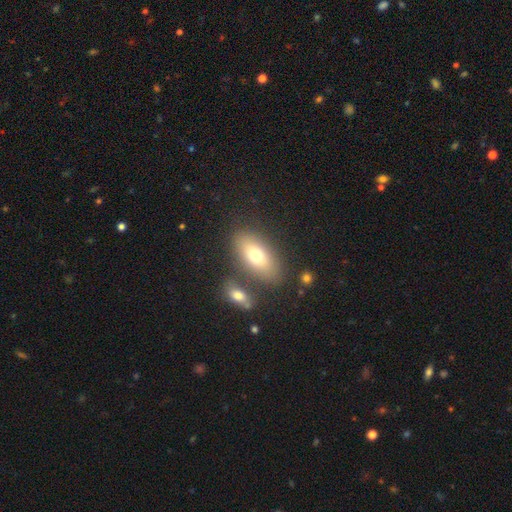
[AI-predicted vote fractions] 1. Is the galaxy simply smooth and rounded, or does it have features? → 72% smooth, 20% featured or disk, 9% star or artifact.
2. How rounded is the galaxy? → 87% in between, 7% cigar-shaped, 6% round.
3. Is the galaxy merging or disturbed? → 72% none, 12% merger, 11% minor disturbance, 4% major disturbance.